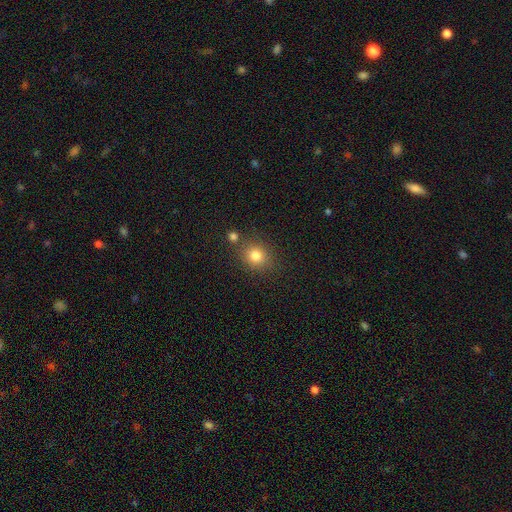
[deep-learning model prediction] smooth_or_featured: smooth (p=0.81) [alt: star or artifact p=0.13]
how_rounded: round (p=0.74) [alt: in between p=0.25]
merging: none (p=0.77) [alt: minor disturbance p=0.11]